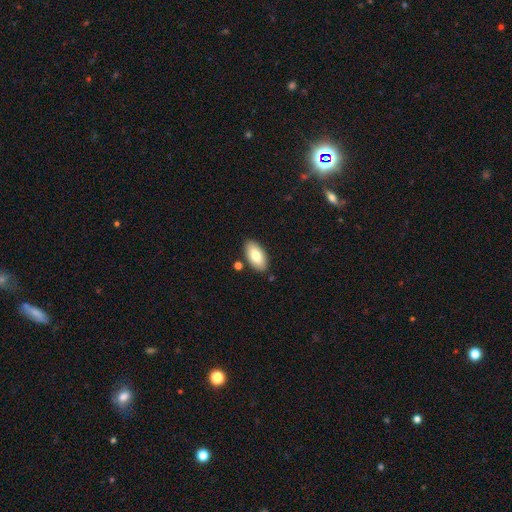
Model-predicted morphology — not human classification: This is likely a smooth galaxy (79%). How rounded: clearly in between (94%). Merging: clearly none (84%).